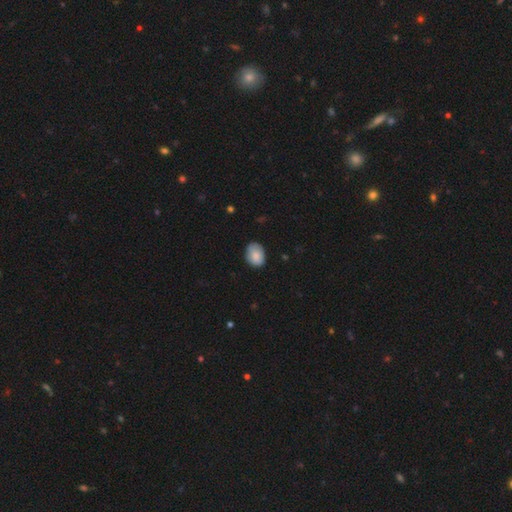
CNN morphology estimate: Smooth or featured? smooth (84%)
How rounded? in between (72%)
Merging? none (76%)